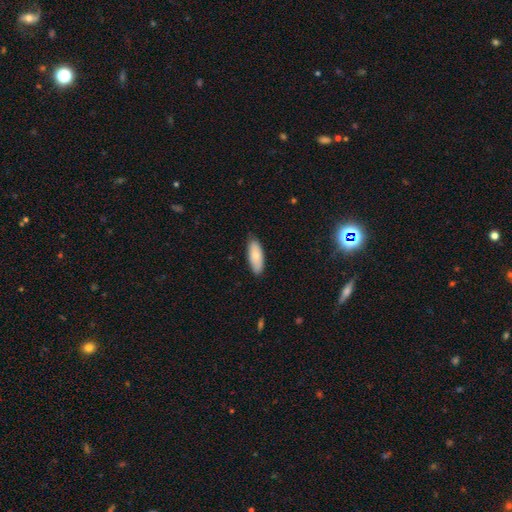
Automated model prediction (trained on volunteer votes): Overall: smooth (76%). How rounded: in between (75%). Merging: none (83%).